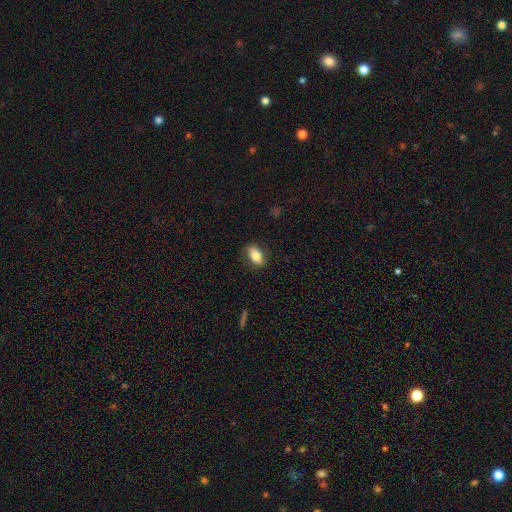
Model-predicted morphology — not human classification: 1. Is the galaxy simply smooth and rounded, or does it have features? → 77% smooth, 16% featured or disk, 7% star or artifact.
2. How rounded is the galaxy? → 85% in between, 9% cigar-shaped, 6% round.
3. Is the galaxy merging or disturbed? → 83% none, 13% minor disturbance, 3% major disturbance, 1% merger.